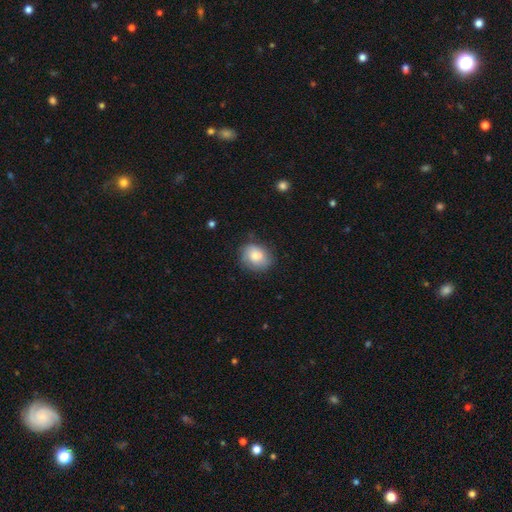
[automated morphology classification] A smooth galaxy with no disk features (72%) that is round (56%).

Vote fractions:
- Smooth or featured? smooth: 72% / featured or disk: 20% / star or artifact: 8%
- How rounded? round: 56% / in between: 43% / cigar-shaped: 1%
- Merging? none: 65% / minor disturbance: 25% / major disturbance: 7% / merger: 3%